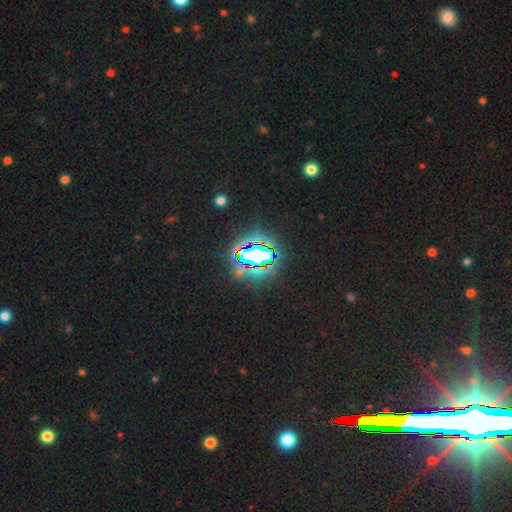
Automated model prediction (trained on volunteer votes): Smooth or featured: star or artifact — 73% (smooth — 16%)